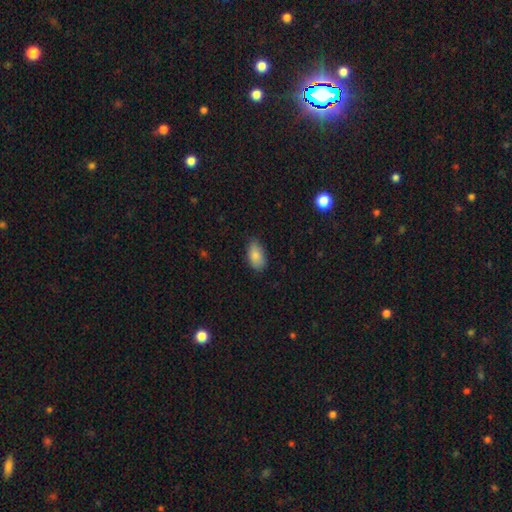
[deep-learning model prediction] The model was most divided on "merging": none: 75%, minor disturbance: 21%, major disturbance: 3%, merger: 1%. More confident: how rounded — in between (92%); smooth or featured — smooth (84%).